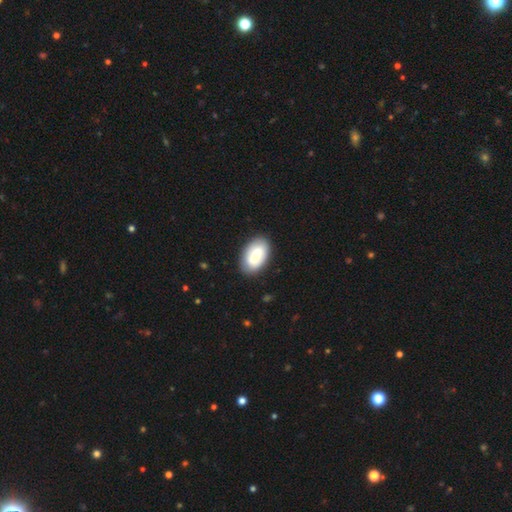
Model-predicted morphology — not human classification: Smooth or featured: smooth — 68% (featured or disk — 26%)
How rounded: in between — 94% (round — 4%)
Merging: none — 85% (minor disturbance — 11%)